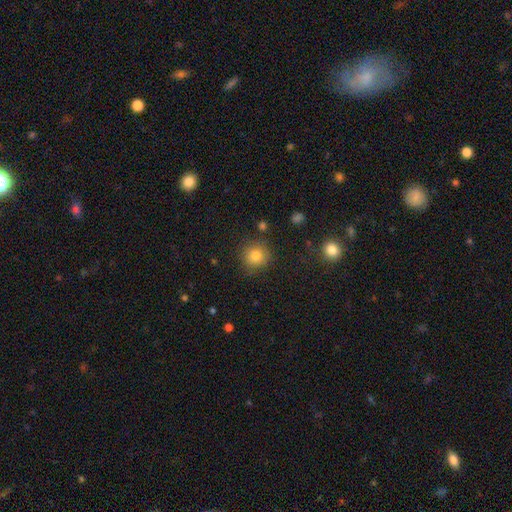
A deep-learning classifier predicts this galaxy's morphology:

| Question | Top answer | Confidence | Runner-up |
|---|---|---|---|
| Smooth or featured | smooth | 81% | star or artifact (12%) |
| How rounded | round | 92% | in between (7%) |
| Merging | none | 86% | minor disturbance (9%) |